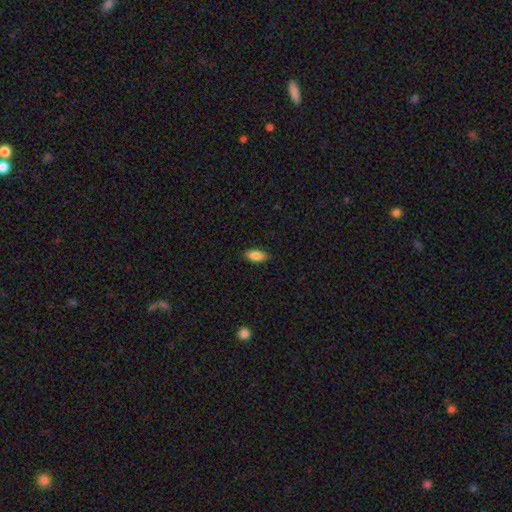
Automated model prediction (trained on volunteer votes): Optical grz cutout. It shows a smooth galaxy with no disk features (85%) that is in between round and cigar-shaped (87%). Merging: none (86%).